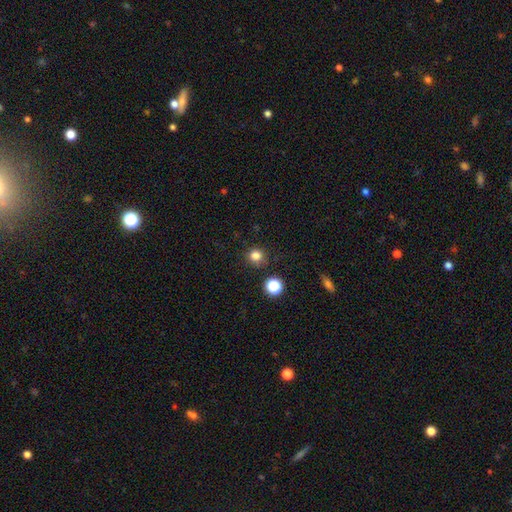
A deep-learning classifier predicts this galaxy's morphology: The model was most divided on "smooth or featured": smooth: 81%, star or artifact: 14%, featured or disk: 5%. More confident: how rounded — round (90%); merging — none (87%).